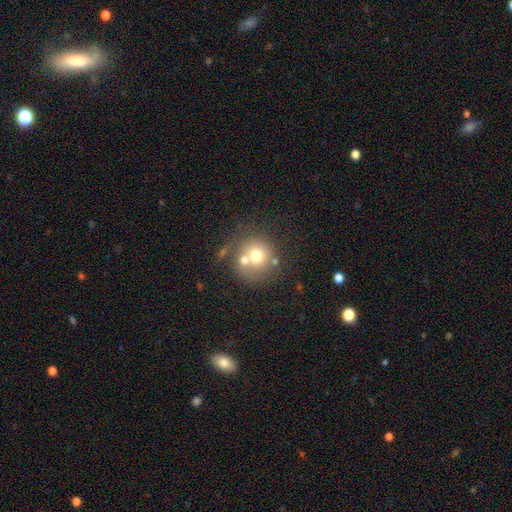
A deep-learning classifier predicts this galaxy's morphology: Q: Smooth or featured?
A: smooth (66%); runner-up: featured or disk (22%)
Q: How rounded?
A: round (89%); runner-up: in between (10%)
Q: Merging?
A: none (50%); runner-up: merger (33%)